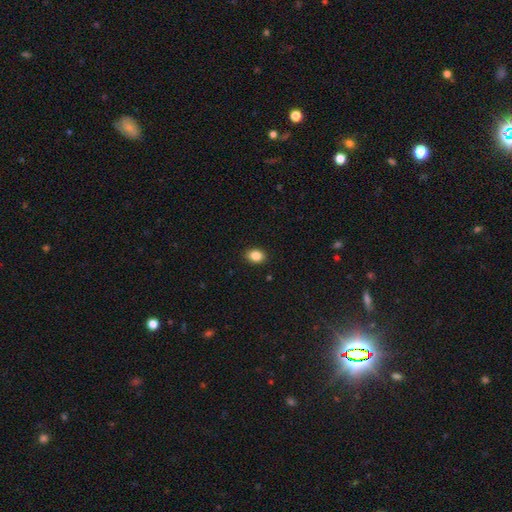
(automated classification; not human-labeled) Smooth or featured: smooth — 87% (star or artifact — 9%)
How rounded: in between — 67% (round — 32%)
Merging: none — 90% (minor disturbance — 7%)